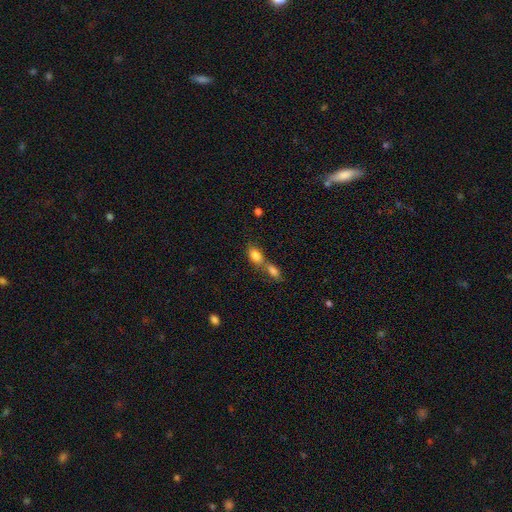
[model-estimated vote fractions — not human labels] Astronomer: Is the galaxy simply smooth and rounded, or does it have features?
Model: smooth — 82%.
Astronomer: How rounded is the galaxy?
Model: in between — 83%.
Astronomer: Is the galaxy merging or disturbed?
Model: merger — 57%.